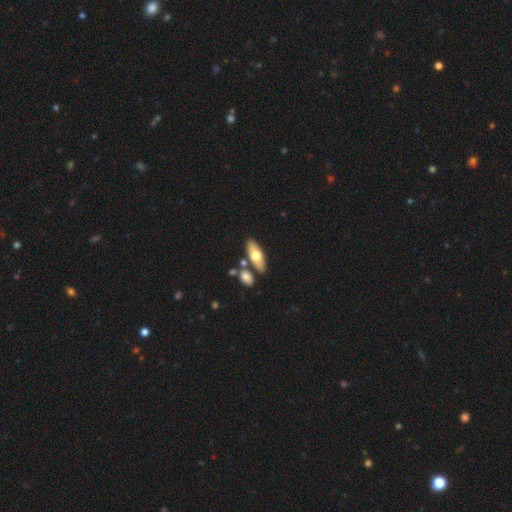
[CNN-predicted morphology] Smooth or featured? Predicted: smooth (p=0.60). How rounded? Predicted: in between (p=0.73). Merging? Predicted: none (p=0.71).